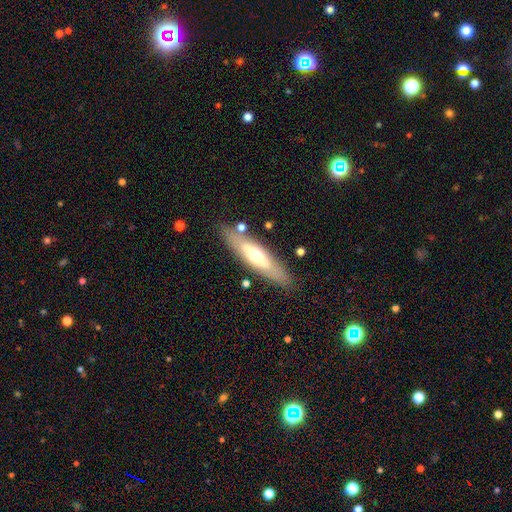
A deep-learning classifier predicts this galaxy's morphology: This is possibly a featured or disk galaxy (51%). It is likely viewed edge-on (64%). Merging: clearly none (81%).